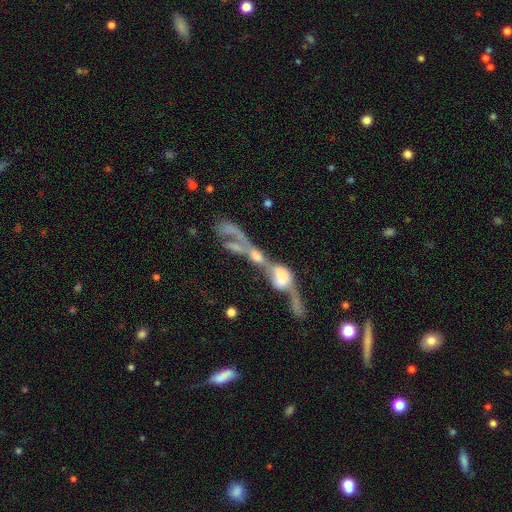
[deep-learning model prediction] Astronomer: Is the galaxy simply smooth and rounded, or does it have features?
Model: featured or disk — 66%.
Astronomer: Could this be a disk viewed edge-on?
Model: no — 71%.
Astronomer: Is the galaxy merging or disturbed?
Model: merger — 77%.